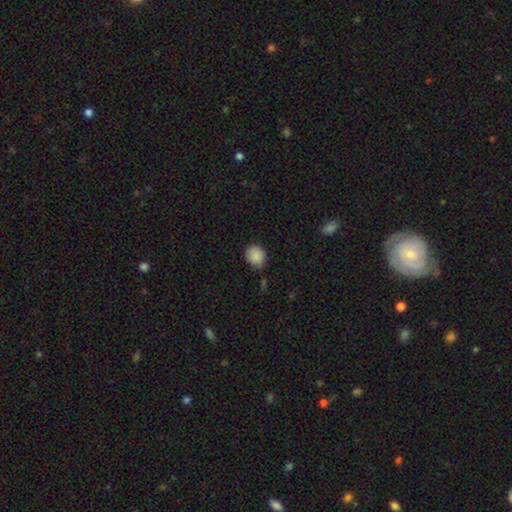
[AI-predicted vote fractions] Overall: smooth (88%). How rounded: round (71%). Merging: none (77%).